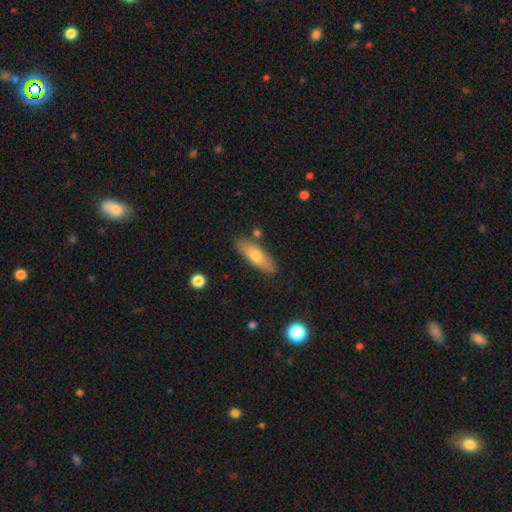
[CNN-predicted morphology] Smooth or featured: smooth — 63% (featured or disk — 30%)
How rounded: in between — 51% (cigar-shaped — 46%)
Merging: none — 83% (minor disturbance — 12%)